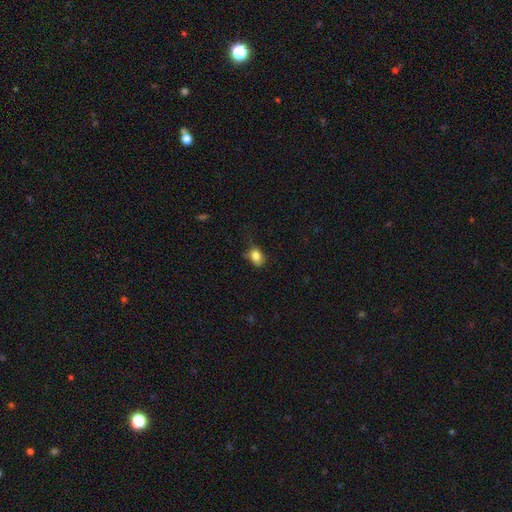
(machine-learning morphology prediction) Smooth or featured? Predicted: smooth (p=0.82). How rounded? Predicted: in between (p=0.72). Merging? Predicted: none (p=0.56).